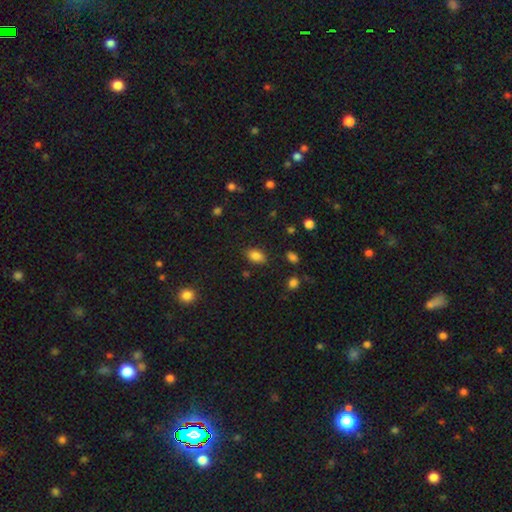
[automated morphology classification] smooth 83%, star or artifact 10%, featured or disk 6%. Down the decision tree: how rounded — in between (87%); merging — none (83%).